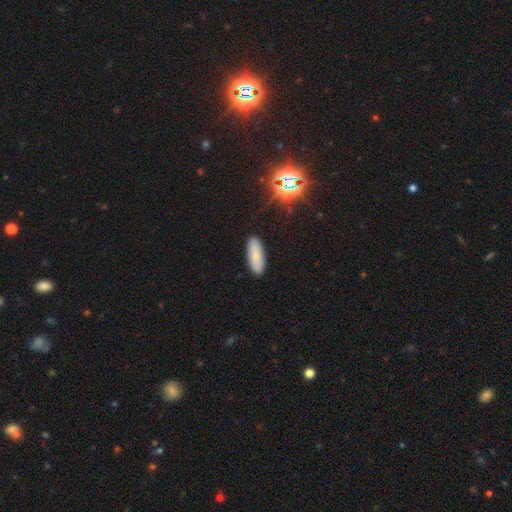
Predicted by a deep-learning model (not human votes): This appears to be a smooth galaxy with no disk features (72%) that is in between round and cigar-shaped (69%). Merging: none (88%).